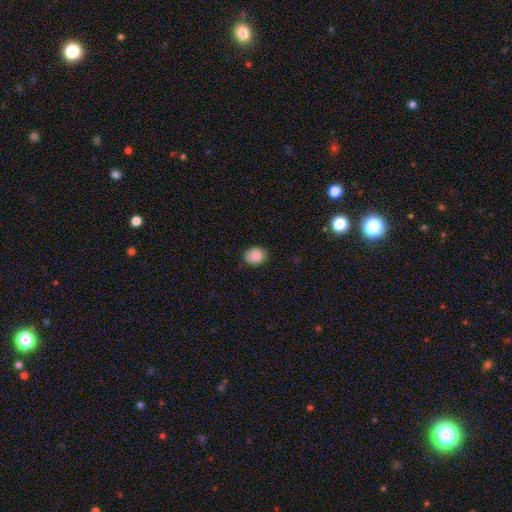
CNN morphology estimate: A smooth galaxy with no disk features (86%) that is round (57%). Merging: none (75%).